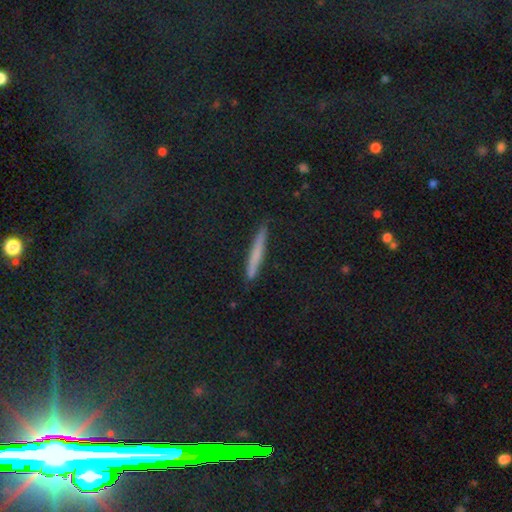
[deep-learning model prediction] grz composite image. It shows a smooth galaxy with no disk features (58%) that is cigar-shaped (93%). Merging: none (89%).